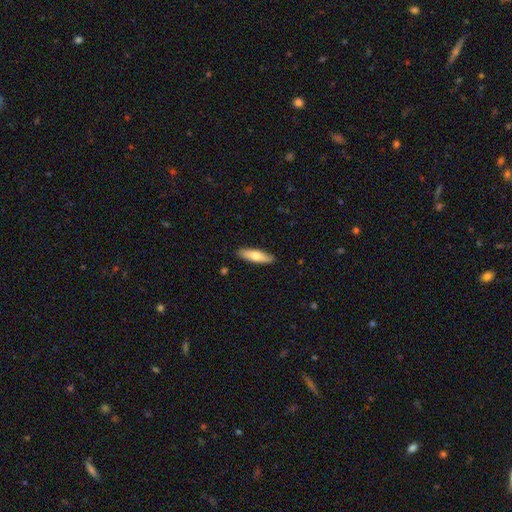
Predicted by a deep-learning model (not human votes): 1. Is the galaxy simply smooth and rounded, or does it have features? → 69% smooth, 26% featured or disk, 5% star or artifact.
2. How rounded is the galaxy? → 60% cigar-shaped, 38% in between, 2% round.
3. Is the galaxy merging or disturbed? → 89% none, 9% minor disturbance, 2% major disturbance, 1% merger.